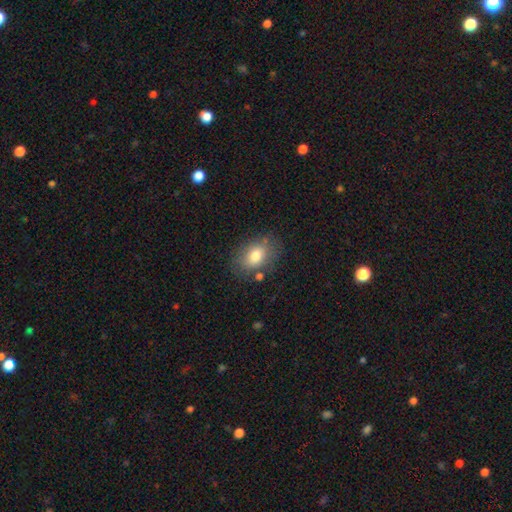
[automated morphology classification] smooth-or-featured: smooth: 77% | featured or disk: 14% | star or artifact: 9%
  how-rounded: in between: 79% | round: 20% | cigar-shaped: 1%
  merging: none: 75% | minor disturbance: 15% | major disturbance: 5% | merger: 5%